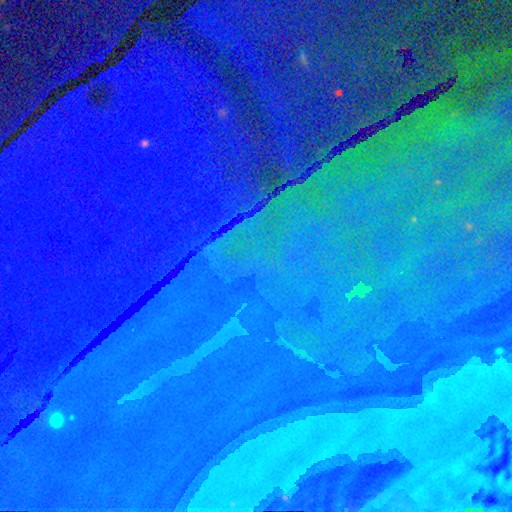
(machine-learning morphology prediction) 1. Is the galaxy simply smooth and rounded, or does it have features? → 87% star or artifact, 7% featured or disk, 6% smooth.